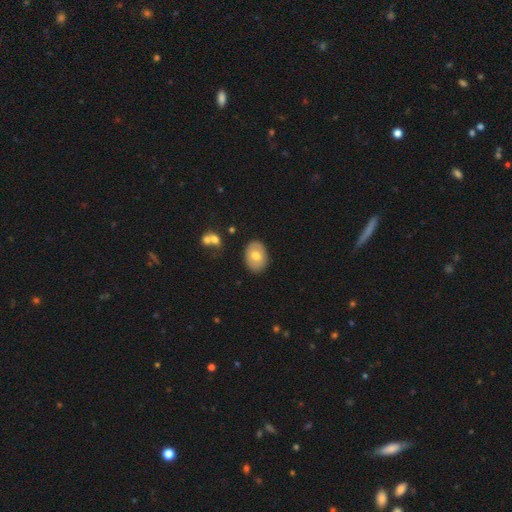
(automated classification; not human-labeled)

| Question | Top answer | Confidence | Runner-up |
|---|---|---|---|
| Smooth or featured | smooth | 70% | featured or disk (23%) |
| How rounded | in between | 80% | round (19%) |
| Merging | none | 86% | minor disturbance (10%) |